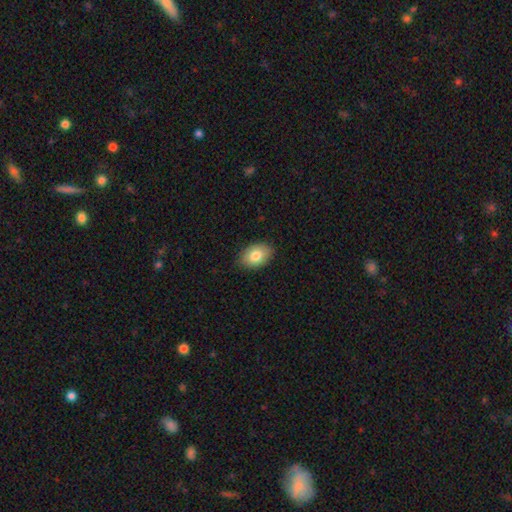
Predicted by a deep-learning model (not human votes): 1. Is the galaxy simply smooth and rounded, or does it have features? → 82% smooth, 11% featured or disk, 7% star or artifact.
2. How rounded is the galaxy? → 85% in between, 14% round, 1% cigar-shaped.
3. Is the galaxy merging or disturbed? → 87% none, 10% minor disturbance, 2% major disturbance, 1% merger.